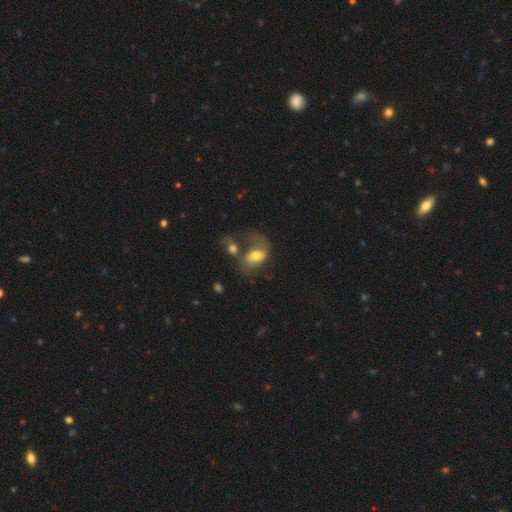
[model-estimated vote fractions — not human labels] smooth_or_featured: smooth (p=0.46) [alt: featured or disk p=0.45]
merging: merger (p=0.43) [alt: major disturbance p=0.23]